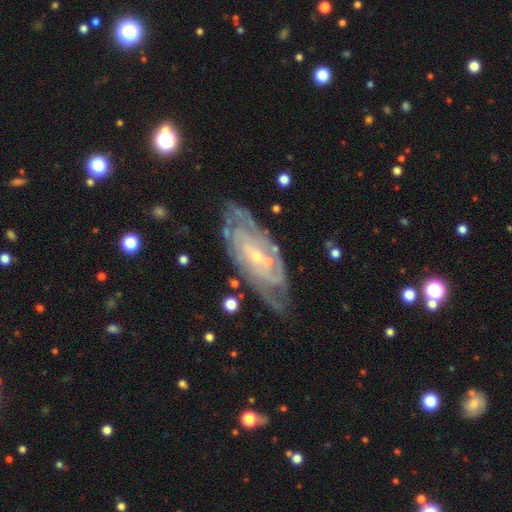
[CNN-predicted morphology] Overall: featured or disk (85%). Edge-on disk: no (90%). Bar: no (61%; weak 30%). Spiral arms: yes (93%). Spiral arm count: can't tell (45%; 2 19%). Spiral winding: tight (73%). Bulge size: small (78%). Merging: none (72%).